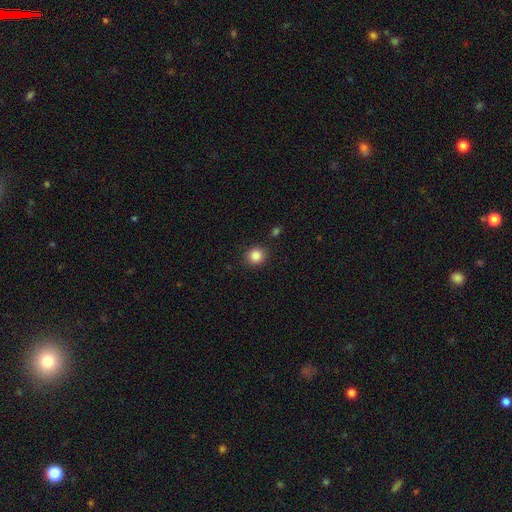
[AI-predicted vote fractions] This is clearly a smooth galaxy (85%). How rounded: clearly round (88%). Merging: clearly none (89%).